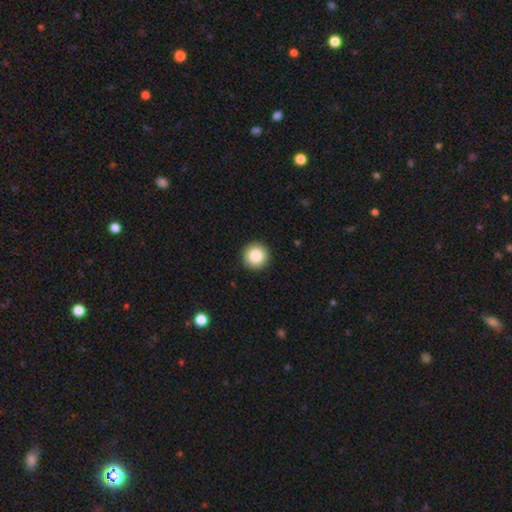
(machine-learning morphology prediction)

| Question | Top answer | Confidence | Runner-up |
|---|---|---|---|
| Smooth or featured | smooth | 86% | star or artifact (9%) |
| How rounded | round | 96% | in between (3%) |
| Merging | none | 93% | minor disturbance (5%) |